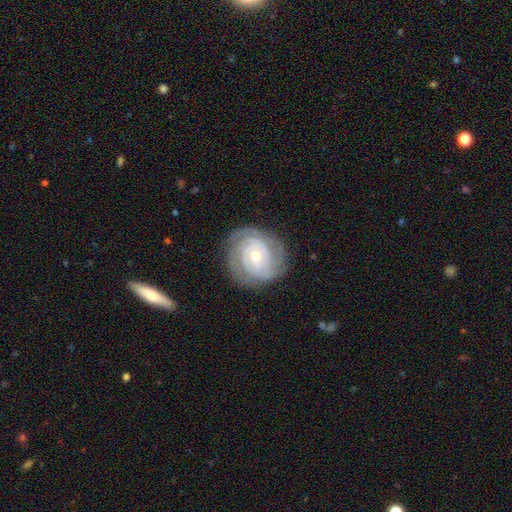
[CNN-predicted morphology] This appears to be a featured or disk galaxy (83%) with no bar (68%), tight (79%) spiral arms (93%) and a small central bulge (50%). Merging: none (81%).